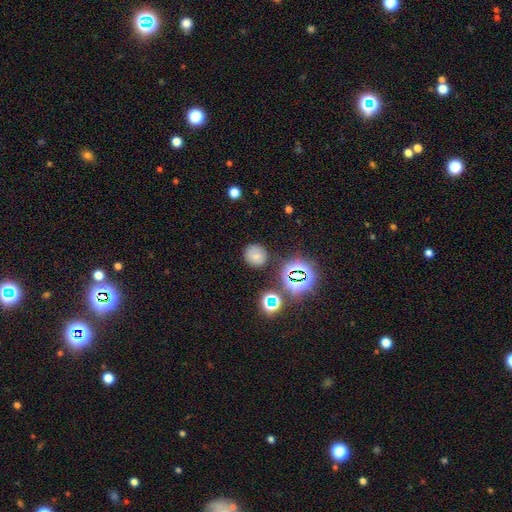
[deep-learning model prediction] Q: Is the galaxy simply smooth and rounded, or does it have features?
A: smooth — 66%.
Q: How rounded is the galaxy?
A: round — 85%.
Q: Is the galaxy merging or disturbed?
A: none — 82%.